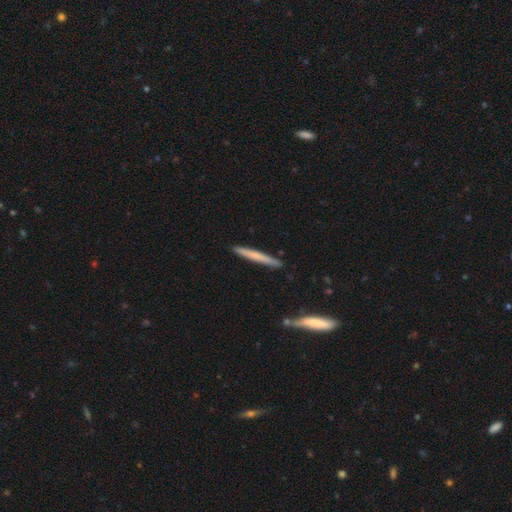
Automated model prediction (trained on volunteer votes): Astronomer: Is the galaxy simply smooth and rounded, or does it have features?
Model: smooth — 63%.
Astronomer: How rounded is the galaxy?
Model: cigar-shaped — 97%.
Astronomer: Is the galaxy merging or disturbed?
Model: none — 89%.